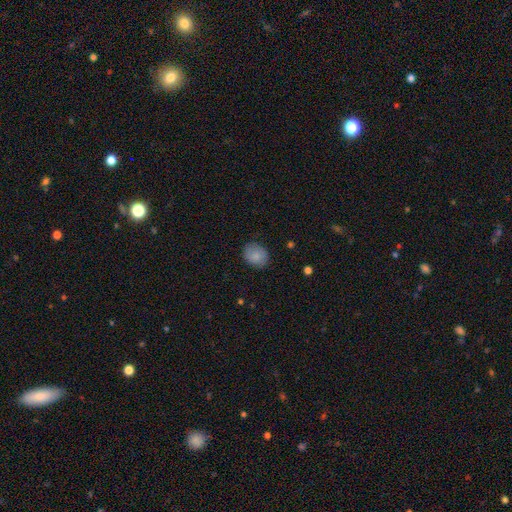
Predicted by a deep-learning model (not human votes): Smooth or featured? smooth (83%)
How rounded? round (51%)
Merging? none (82%)